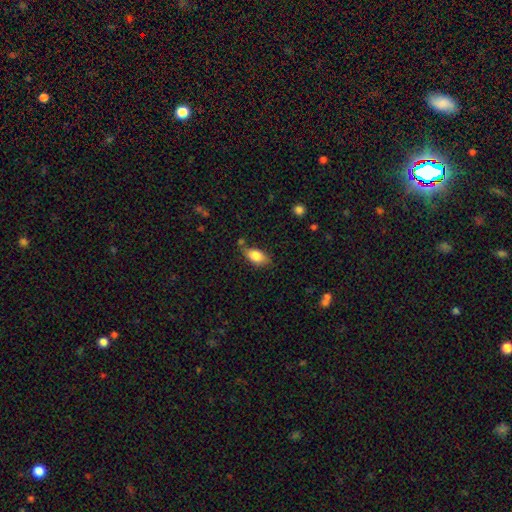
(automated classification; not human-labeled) Smooth or featured: smooth — 82% (featured or disk — 10%)
How rounded: in between — 89% (cigar-shaped — 6%)
Merging: none — 69% (minor disturbance — 21%)